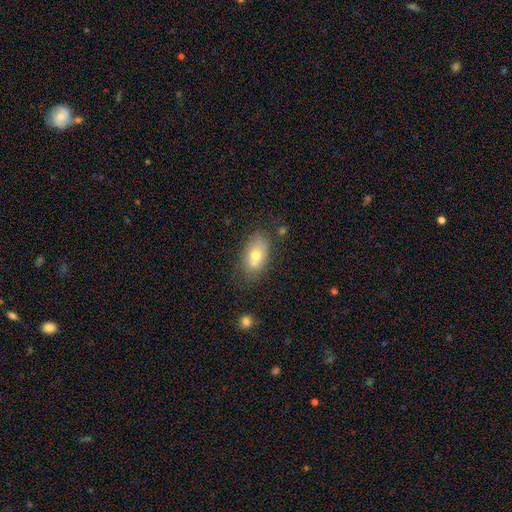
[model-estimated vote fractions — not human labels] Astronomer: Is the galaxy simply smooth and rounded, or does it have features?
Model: smooth — 67%.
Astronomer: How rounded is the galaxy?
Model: in between — 88%.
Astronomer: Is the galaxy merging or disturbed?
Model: none — 65%.